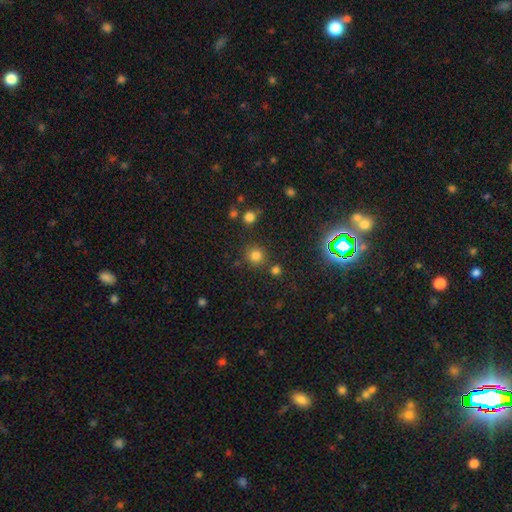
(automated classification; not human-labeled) A smooth galaxy with no disk features (76%) that is round (92%). Merging: none (79%).